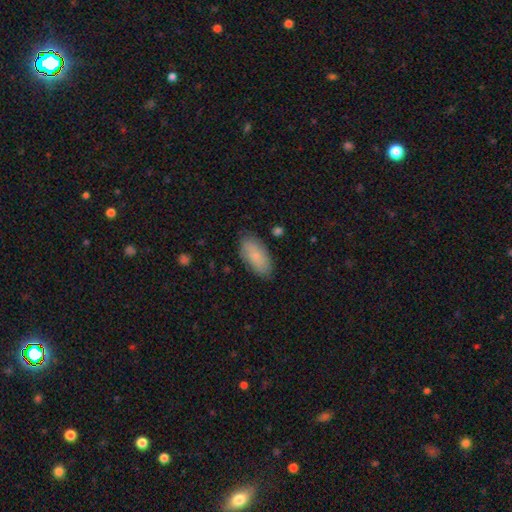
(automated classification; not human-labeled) The model was most divided on "smooth or featured": smooth: 81%, featured or disk: 12%, star or artifact: 6%. More confident: how rounded — in between (91%); merging — none (83%).